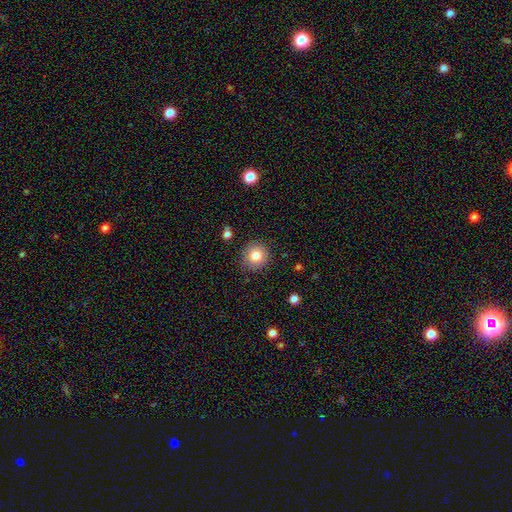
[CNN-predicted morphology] This is clearly a smooth galaxy (81%). How rounded: clearly round (92%). Merging: clearly none (87%).